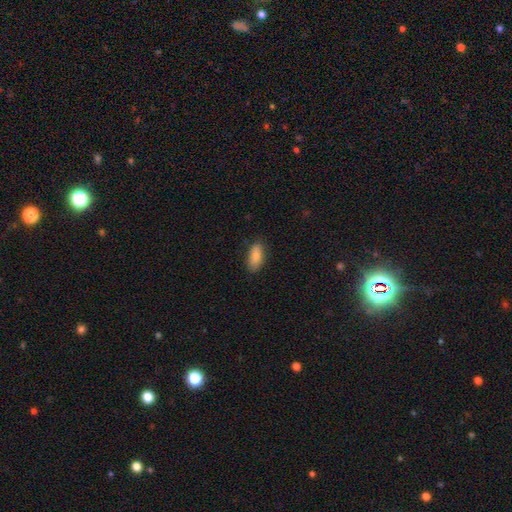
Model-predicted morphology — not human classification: Smooth or featured? smooth (83%)
How rounded? in between (83%)
Merging? none (82%)